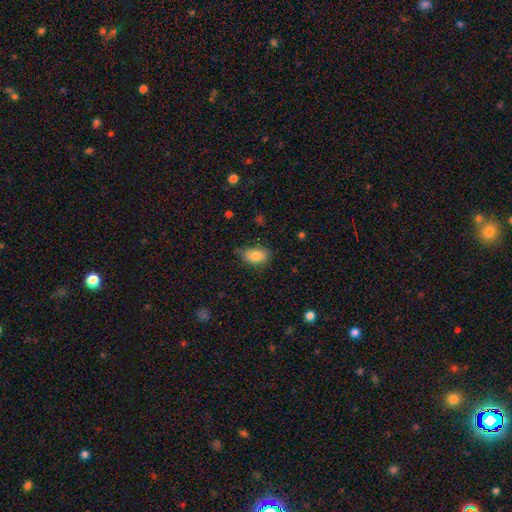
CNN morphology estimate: Smooth or featured: smooth — 82% (featured or disk — 9%)
How rounded: in between — 85% (round — 13%)
Merging: none — 60% (minor disturbance — 32%)